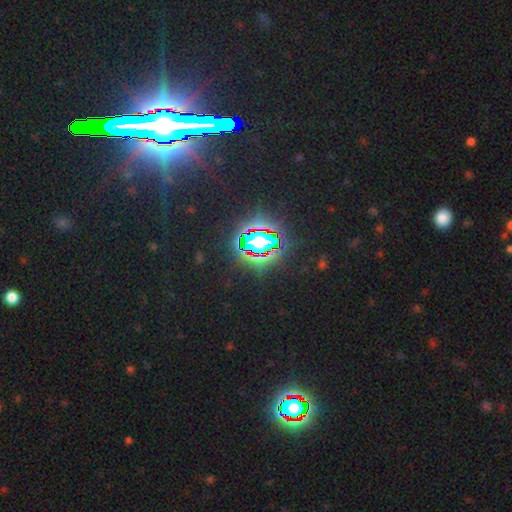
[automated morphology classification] This appears to be a star or artifact, not a galaxy (79%).